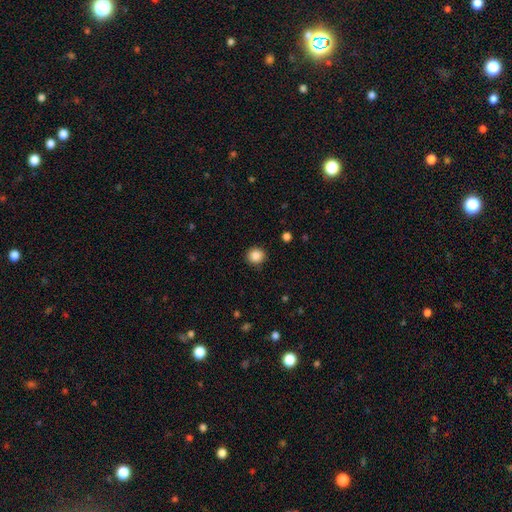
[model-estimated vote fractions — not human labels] smooth-or-featured: smooth: 87% | star or artifact: 10% | featured or disk: 4%
  how-rounded: round: 90% | in between: 9% | cigar-shaped: 1%
  merging: none: 90% | minor disturbance: 7% | major disturbance: 2% | merger: 1%